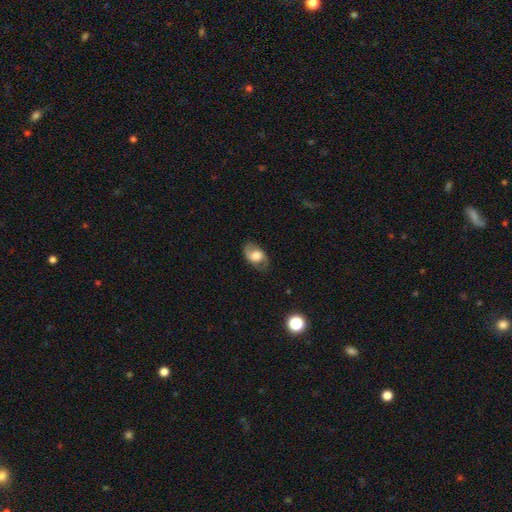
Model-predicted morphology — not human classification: Smooth or featured?
  - featured or disk: 52% *
  - smooth: 40%
  - star or artifact: 8%
Edge-on disk?
  - no: 94% *
  - yes: 6%
Merging?
  - none: 76% *
  - minor disturbance: 17%
  - major disturbance: 6%
  - merger: 1%